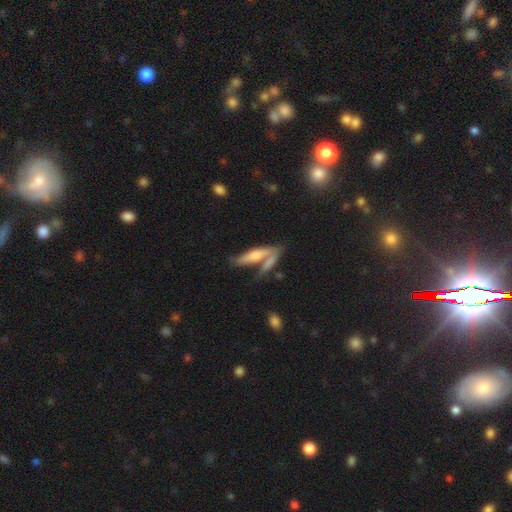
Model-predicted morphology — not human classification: Smooth or featured?
  - smooth: 50% *
  - featured or disk: 42%
  - star or artifact: 8%
Merging?
  - none: 41% *
  - merger: 39%
  - minor disturbance: 13%
  - major disturbance: 7%